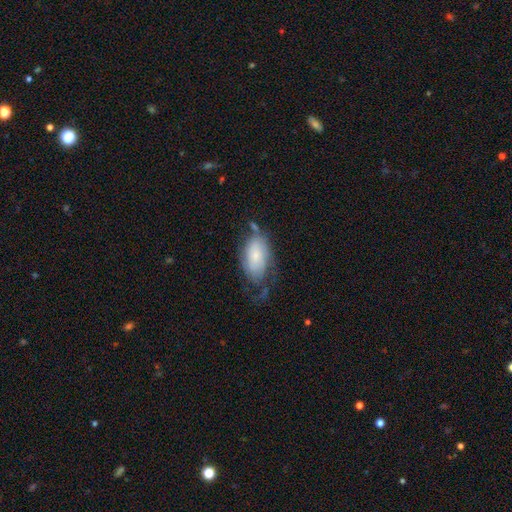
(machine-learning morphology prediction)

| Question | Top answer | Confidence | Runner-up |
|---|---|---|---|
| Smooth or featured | smooth | 60% | featured or disk (33%) |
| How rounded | in between | 93% | round (4%) |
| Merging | none | 39% | minor disturbance (30%) |